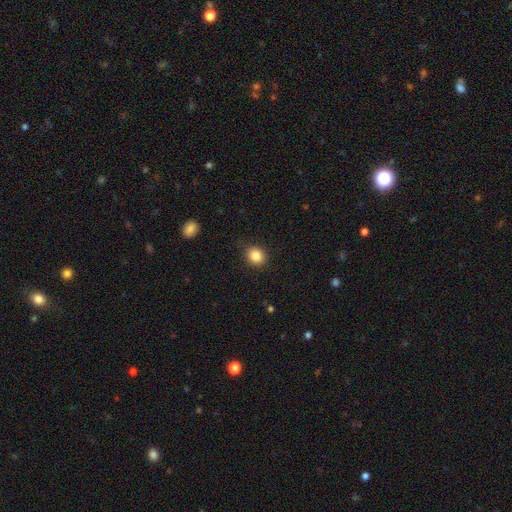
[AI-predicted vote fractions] Smooth or featured? Predicted: smooth (p=0.86). How rounded? Predicted: round (p=0.72). Merging? Predicted: none (p=0.86).